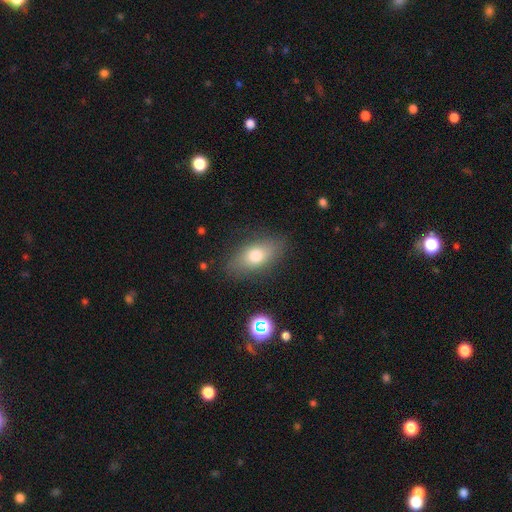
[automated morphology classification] The model was most divided on "smooth or featured": smooth: 71%, featured or disk: 19%, star or artifact: 10%. More confident: how rounded — in between (84%); merging — none (81%).